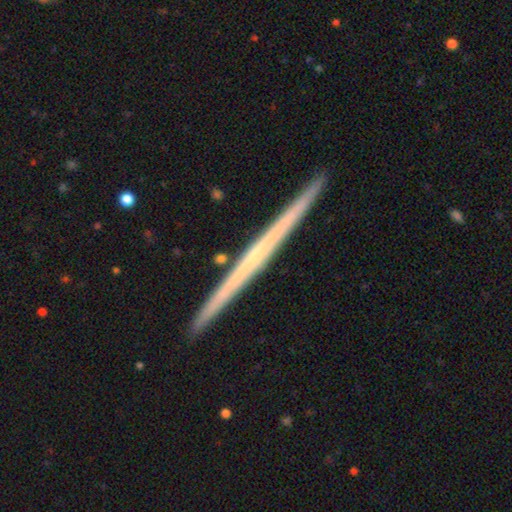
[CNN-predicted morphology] This is likely a featured or disk galaxy (67%). It is clearly viewed edge-on (98%). Edge-on bulge: clearly none (89%). Merging: clearly none (92%).